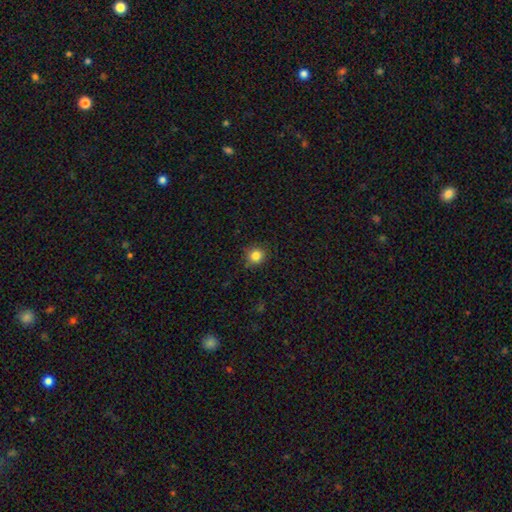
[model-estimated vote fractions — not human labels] smooth-or-featured: smooth: 83% | star or artifact: 12% | featured or disk: 5%
  how-rounded: round: 91% | in between: 8% | cigar-shaped: 1%
  merging: none: 87% | minor disturbance: 9% | major disturbance: 2% | merger: 1%